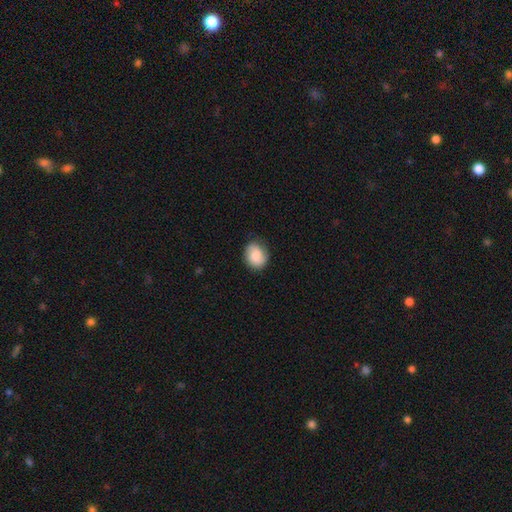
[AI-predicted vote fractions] Smooth or featured: smooth — 74% (featured or disk — 18%)
How rounded: round — 54% (in between — 45%)
Merging: none — 80% (minor disturbance — 15%)